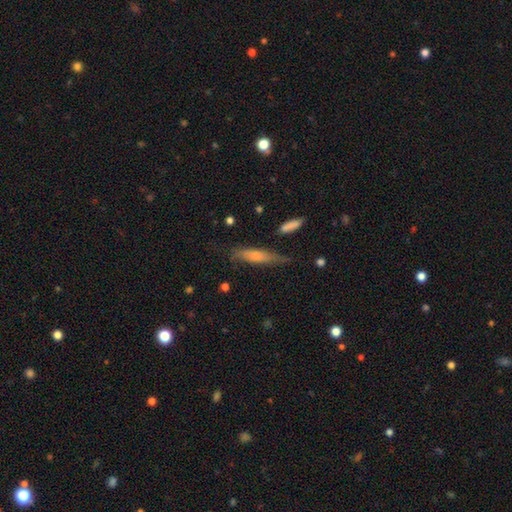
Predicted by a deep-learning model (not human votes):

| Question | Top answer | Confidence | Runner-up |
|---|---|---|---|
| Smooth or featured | smooth | 67% | featured or disk (26%) |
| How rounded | cigar-shaped | 77% | in between (21%) |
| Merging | none | 58% | minor disturbance (27%) |